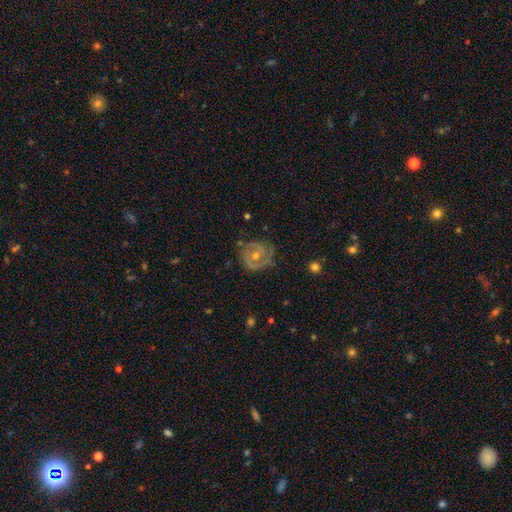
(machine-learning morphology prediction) Smooth or featured? featured or disk (80%)
Edge-on disk? no (97%)
Bar? no (65%)
Spiral arms? yes (93%)
Spiral winding? tight (61%)
Spiral arm count? 2 (57%)
Bulge size? moderate (53%)
Merging? none (76%)